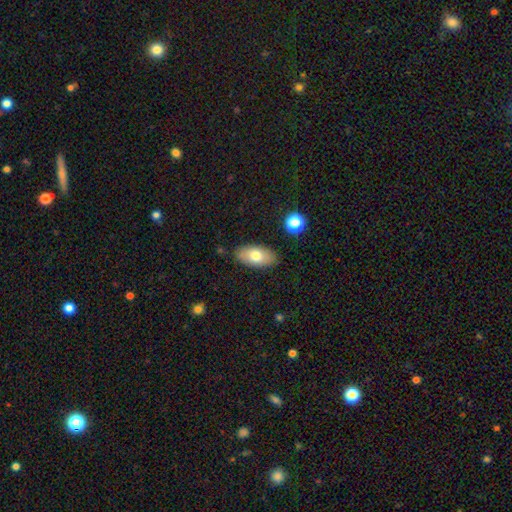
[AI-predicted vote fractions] Morphology: type=smooth (74%); roundness=in between (93%); merging=none (86%).